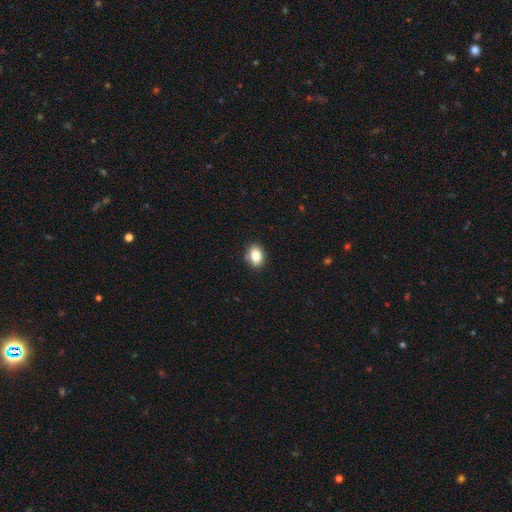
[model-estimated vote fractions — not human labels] This is clearly a smooth galaxy (83%). How rounded: likely in between (75%). Merging: clearly none (86%).